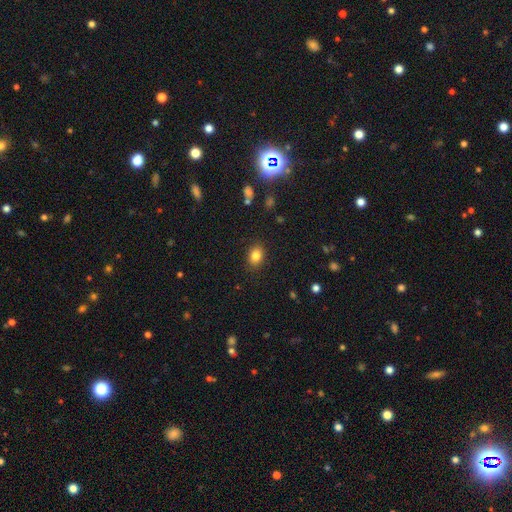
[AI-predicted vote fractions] Smooth or featured? Predicted: smooth (p=0.83). How rounded? Predicted: in between (p=0.66). Merging? Predicted: none (p=0.87).